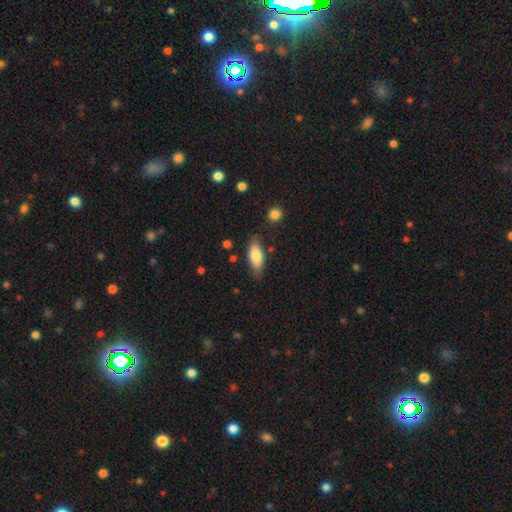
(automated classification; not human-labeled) This is likely a smooth galaxy (77%). How rounded: likely in between (79%). Merging: likely none (76%).